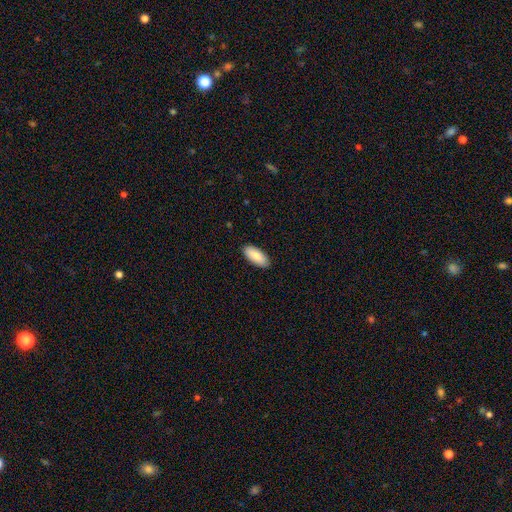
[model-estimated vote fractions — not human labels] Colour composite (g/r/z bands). It shows a smooth galaxy with no disk features (87%) that is in between round and cigar-shaped (87%). Merging: none (90%).